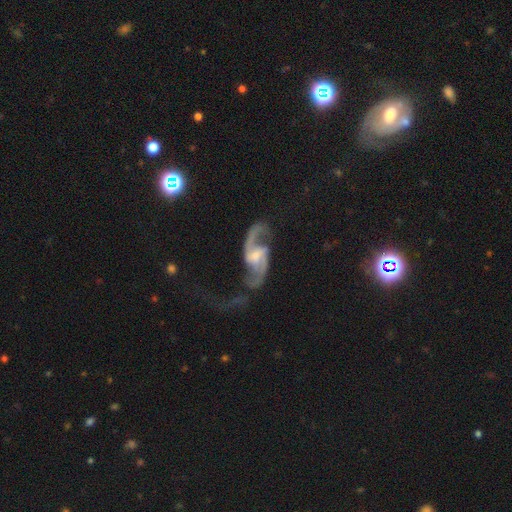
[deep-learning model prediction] Smooth or featured? featured or disk (90%)
Edge-on disk? no (97%)
Bar? weak (52%)
Spiral arms? yes (97%)
Spiral winding? loose (64%)
Spiral arm count? 2 (92%)
Bulge size? moderate (41%)
Merging? none (57%)